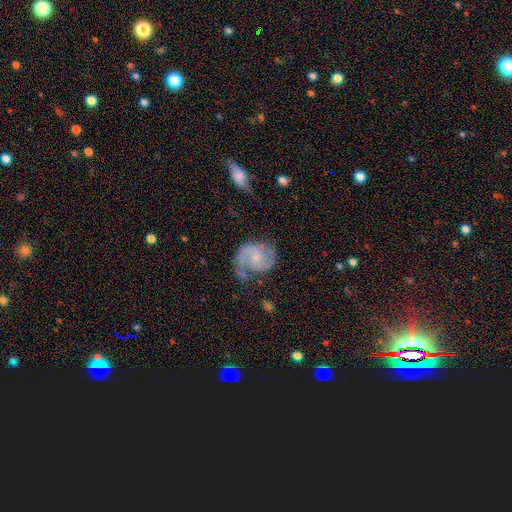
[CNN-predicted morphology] Smooth or featured?
  - featured or disk: 80% *
  - smooth: 14%
  - star or artifact: 6%
Edge-on disk?
  - no: 98% *
  - yes: 2%
Bar?
  - no: 57% *
  - weak: 36%
  - strong: 7%
Spiral arms?
  - yes: 95% *
  - no: 5%
Spiral winding?
  - medium: 50% *
  - tight: 27%
  - loose: 23%
Spiral arm count?
  - 2: 82% *
  - 1: 8%
  - can't tell: 6%
  - 3: 2%
  - 4: 1%
  - more than 4: 1%
Bulge size?
  - small: 64% *
  - moderate: 21%
  - none: 12%
  - large: 2%
  - dominant: 1%
Merging?
  - none: 59% *
  - minor disturbance: 24%
  - major disturbance: 14%
  - merger: 4%